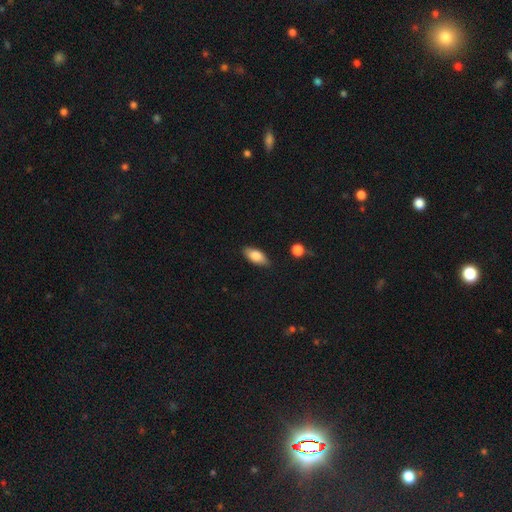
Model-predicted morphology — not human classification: type=smooth (81%); roundness=in between (86%); merging=none (84%).